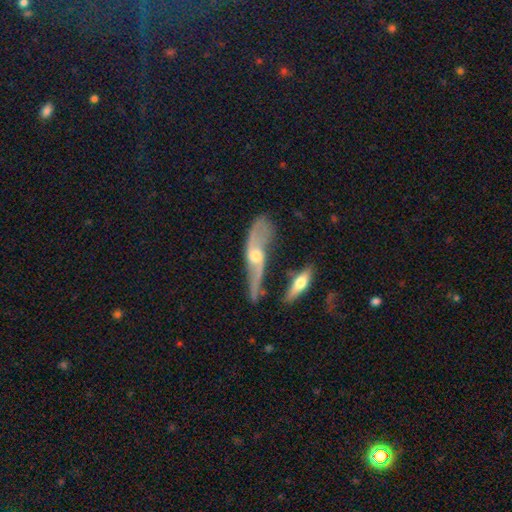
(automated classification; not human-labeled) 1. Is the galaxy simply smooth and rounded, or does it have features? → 79% featured or disk, 16% smooth, 5% star or artifact.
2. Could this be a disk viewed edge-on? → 67% no, 33% yes.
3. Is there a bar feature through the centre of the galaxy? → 55% no, 35% weak, 10% strong.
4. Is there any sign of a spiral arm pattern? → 86% yes, 14% no.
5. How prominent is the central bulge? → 60% moderate, 32% small, 5% large, 2% none, 1% dominant.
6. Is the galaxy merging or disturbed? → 47% none, 24% minor disturbance, 16% major disturbance, 14% merger.